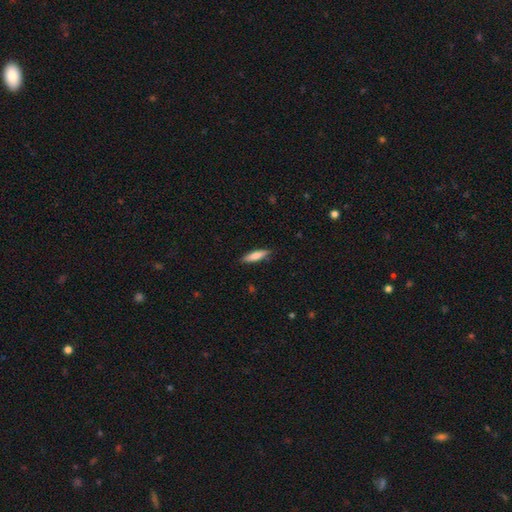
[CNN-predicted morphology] Overall: smooth (75%). How rounded: cigar-shaped (72%). Merging: none (87%).